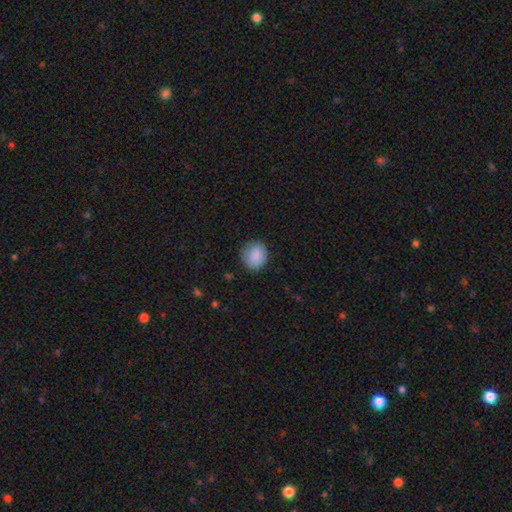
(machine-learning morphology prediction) Smooth or featured?
  - smooth: 87% *
  - star or artifact: 7%
  - featured or disk: 5%
How rounded?
  - round: 79% *
  - in between: 20%
  - cigar-shaped: 1%
Merging?
  - none: 82% *
  - minor disturbance: 13%
  - major disturbance: 3%
  - merger: 1%